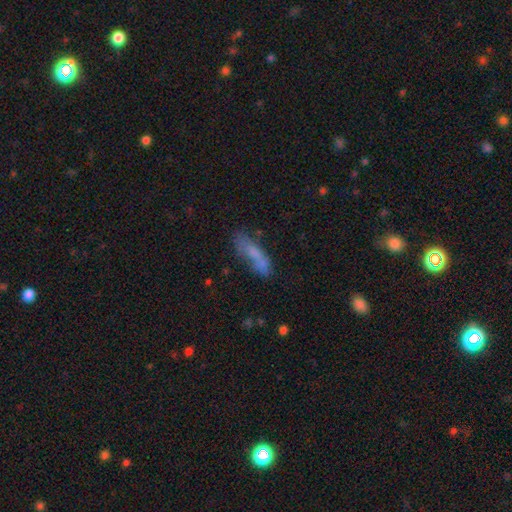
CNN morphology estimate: Smooth or featured? smooth (61%)
How rounded? cigar-shaped (60%)
Merging? none (48%)